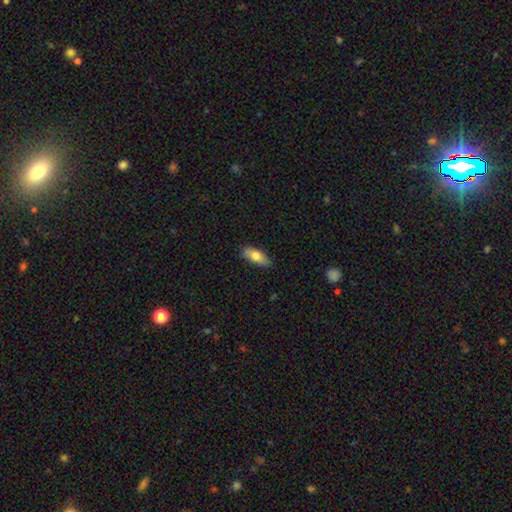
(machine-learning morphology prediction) Smooth or featured? smooth (74%)
How rounded? in between (72%)
Merging? none (84%)